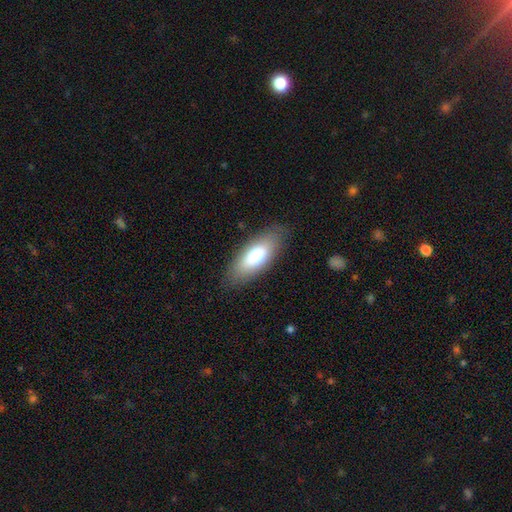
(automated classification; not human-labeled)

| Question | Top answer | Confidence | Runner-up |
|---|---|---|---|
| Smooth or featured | smooth | 76% | featured or disk (17%) |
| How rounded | in between | 77% | cigar-shaped (21%) |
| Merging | none | 84% | minor disturbance (11%) |